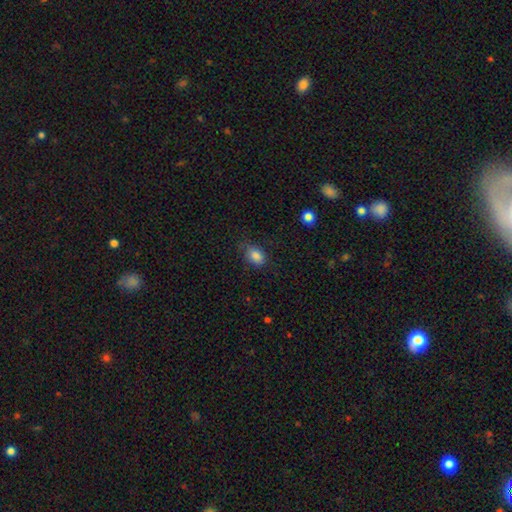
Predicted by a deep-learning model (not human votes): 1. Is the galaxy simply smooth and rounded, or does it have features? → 85% smooth, 9% star or artifact, 5% featured or disk.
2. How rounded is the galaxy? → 76% in between, 23% round, 1% cigar-shaped.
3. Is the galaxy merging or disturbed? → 69% none, 23% minor disturbance, 7% major disturbance, 1% merger.